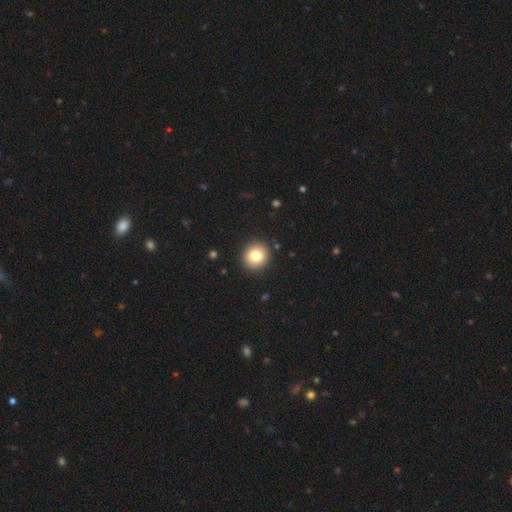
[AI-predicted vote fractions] smooth_or_featured: smooth (p=0.80) [alt: star or artifact p=0.10]
how_rounded: round (p=0.90) [alt: in between p=0.09]
merging: none (p=0.92) [alt: minor disturbance p=0.05]